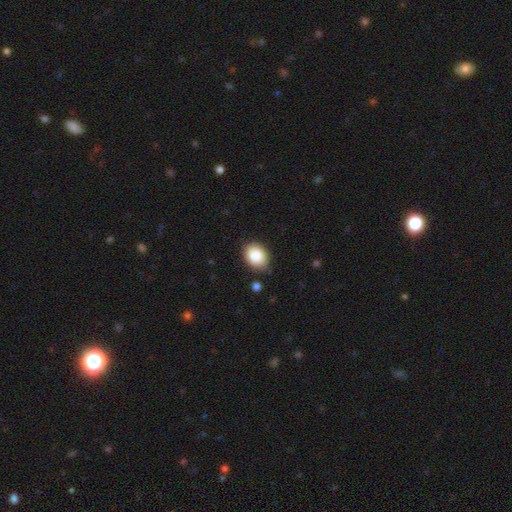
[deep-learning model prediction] Overall: smooth (86%). How rounded: in between (72%). Merging: none (81%).